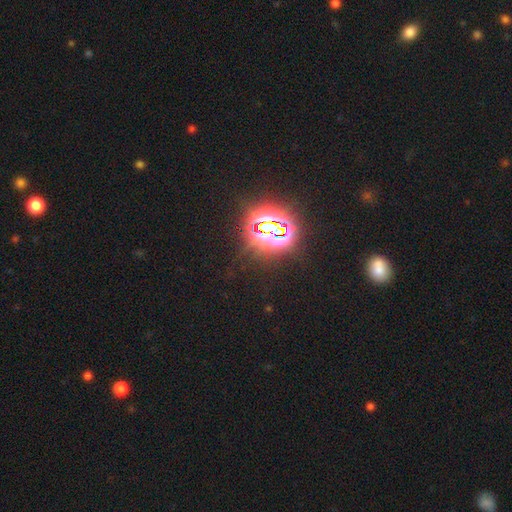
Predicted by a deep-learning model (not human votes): A star or artifact, not a galaxy (79%).

Vote fractions:
- Smooth or featured? star or artifact: 79% / smooth: 13% / featured or disk: 8%